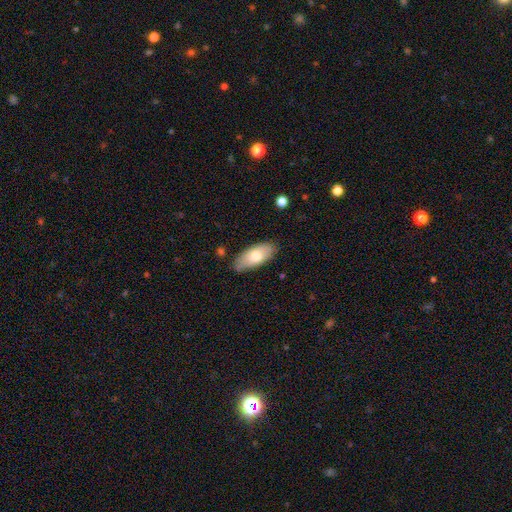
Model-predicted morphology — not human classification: Q: Smooth or featured?
A: smooth (73%); runner-up: featured or disk (21%)
Q: How rounded?
A: in between (87%); runner-up: cigar-shaped (11%)
Q: Merging?
A: none (80%); runner-up: minor disturbance (15%)